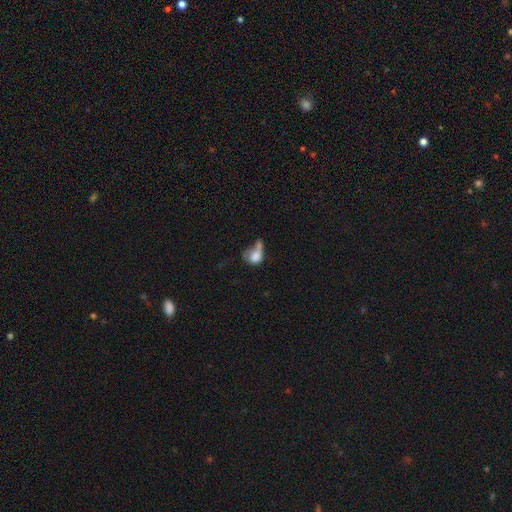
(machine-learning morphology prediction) smooth_or_featured: smooth (p=0.69) [alt: featured or disk p=0.20]
how_rounded: in between (p=0.61) [alt: round p=0.36]
merging: merger (p=0.34) [alt: major disturbance p=0.30]